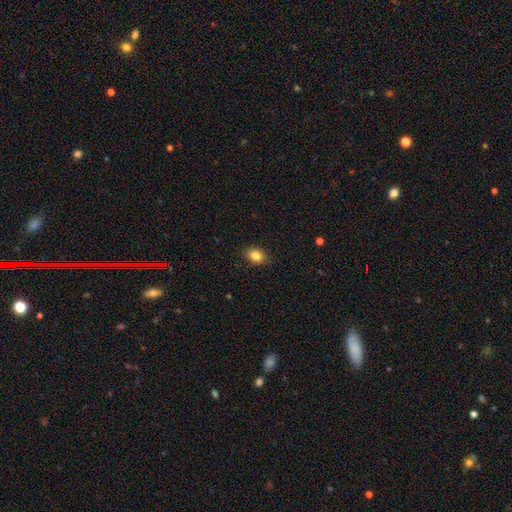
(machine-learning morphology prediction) Overall: smooth (85%). How rounded: in between (62%; round 36%). Merging: none (87%).